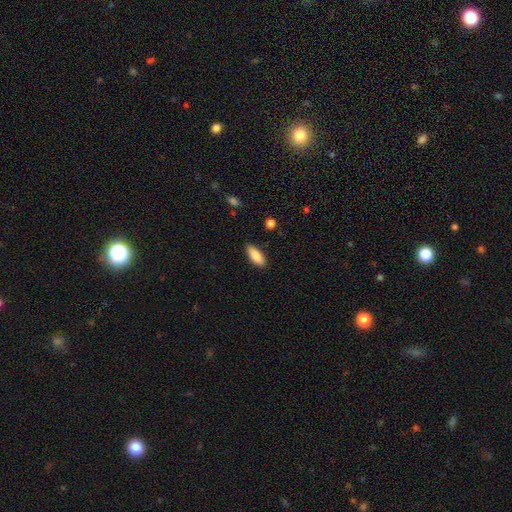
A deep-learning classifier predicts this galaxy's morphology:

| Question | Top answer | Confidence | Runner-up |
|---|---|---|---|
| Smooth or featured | smooth | 85% | featured or disk (9%) |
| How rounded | in between | 81% | cigar-shaped (17%) |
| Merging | none | 86% | minor disturbance (11%) |